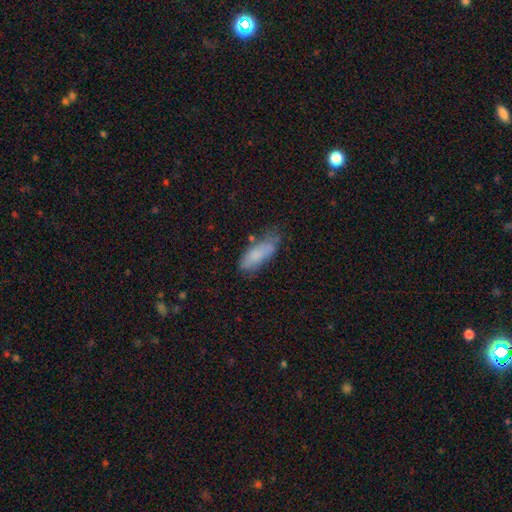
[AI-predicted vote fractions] The model was most divided on "merging": none: 50%, minor disturbance: 33%, major disturbance: 12%, merger: 5%. More confident: smooth or featured — smooth (80%); how rounded — in between (73%).